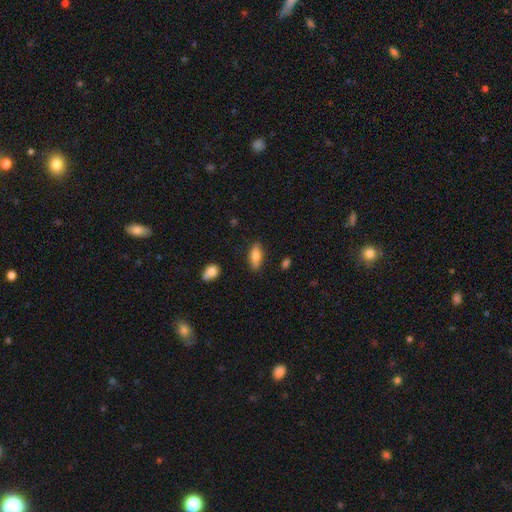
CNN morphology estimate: This is likely a smooth galaxy (77%). How rounded: likely in between (74%). Merging: clearly none (84%).